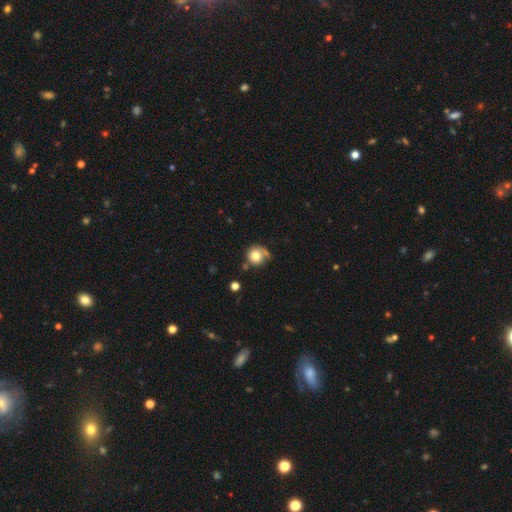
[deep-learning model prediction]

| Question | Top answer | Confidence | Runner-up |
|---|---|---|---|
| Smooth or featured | smooth | 74% | featured or disk (17%) |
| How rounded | round | 88% | in between (11%) |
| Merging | none | 56% | minor disturbance (23%) |